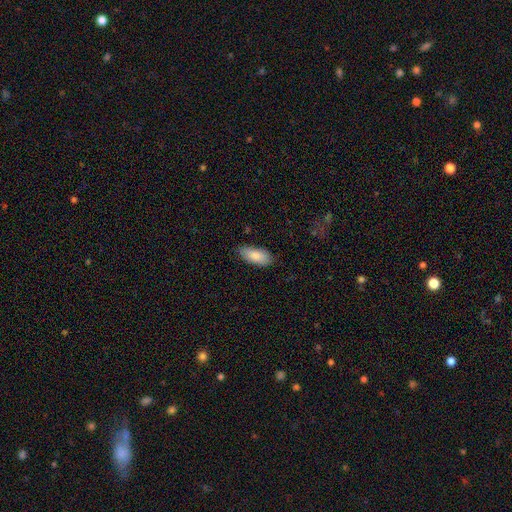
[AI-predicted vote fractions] This is clearly a smooth galaxy (87%). How rounded: clearly in between (86%). Merging: likely none (80%).